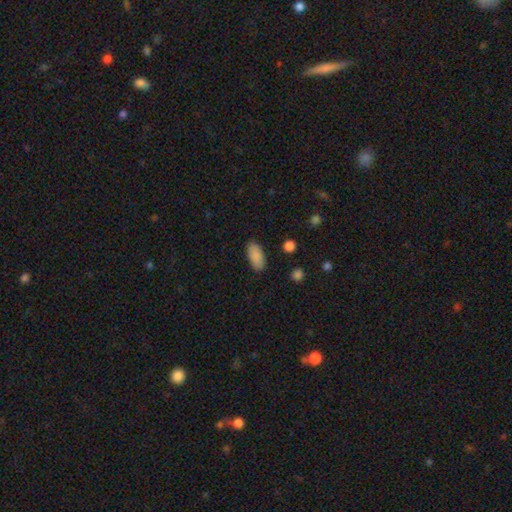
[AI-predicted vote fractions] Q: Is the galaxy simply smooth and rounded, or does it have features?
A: smooth — 89%.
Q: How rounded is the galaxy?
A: in between — 91%.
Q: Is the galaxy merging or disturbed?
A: none — 87%.